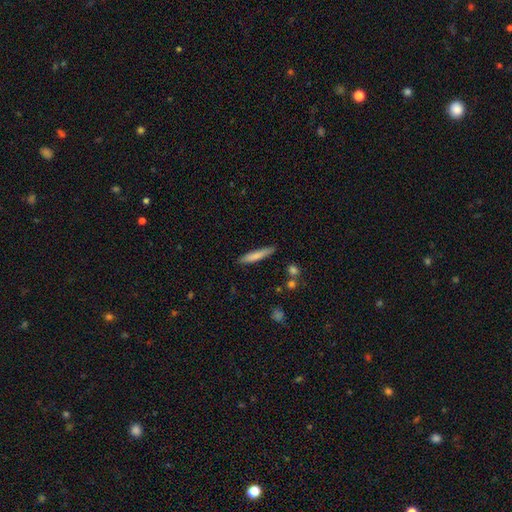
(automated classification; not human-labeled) Q: Smooth or featured?
A: smooth (78%); runner-up: featured or disk (15%)
Q: How rounded?
A: cigar-shaped (90%); runner-up: in between (8%)
Q: Merging?
A: none (86%); runner-up: minor disturbance (10%)